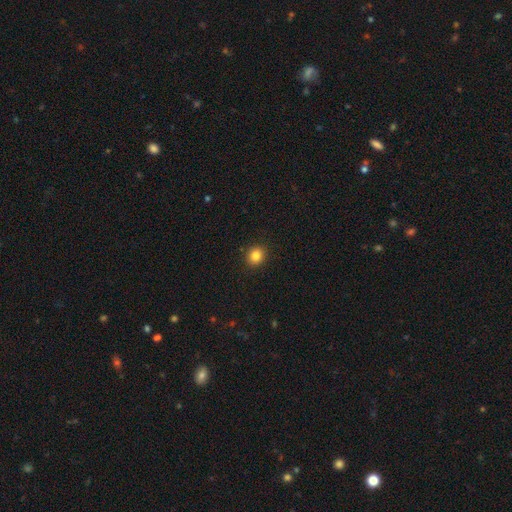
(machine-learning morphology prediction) Smooth or featured: smooth — 84% (star or artifact — 11%)
How rounded: round — 80% (in between — 19%)
Merging: none — 91% (minor disturbance — 6%)